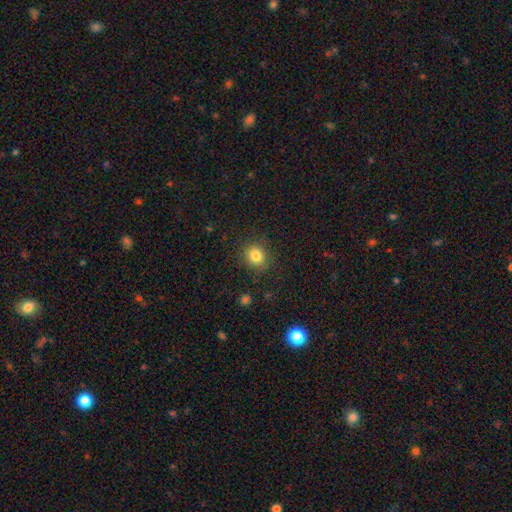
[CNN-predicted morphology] Smooth or featured? Predicted: smooth (p=0.82). How rounded? Predicted: round (p=0.84). Merging? Predicted: none (p=0.87).